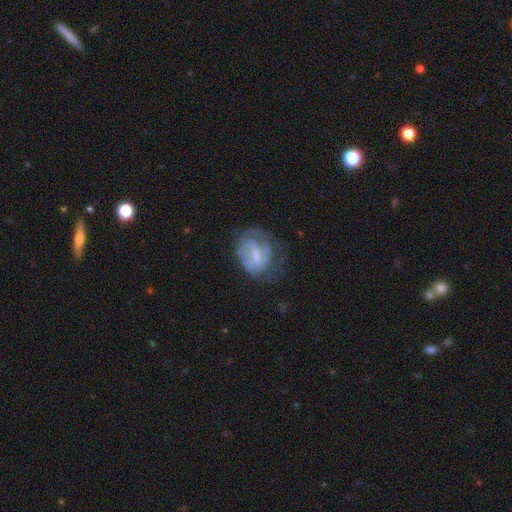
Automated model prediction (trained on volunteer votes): Q: Smooth or featured?
A: featured or disk (62%); runner-up: smooth (30%)
Q: Edge-on disk?
A: no (97%); runner-up: yes (3%)
Q: Bar?
A: weak (54%); runner-up: no (30%)
Q: Spiral arms?
A: yes (68%); runner-up: no (32%)
Q: Bulge size?
A: small (46%); runner-up: moderate (35%)
Q: Merging?
A: none (46%); runner-up: minor disturbance (26%)